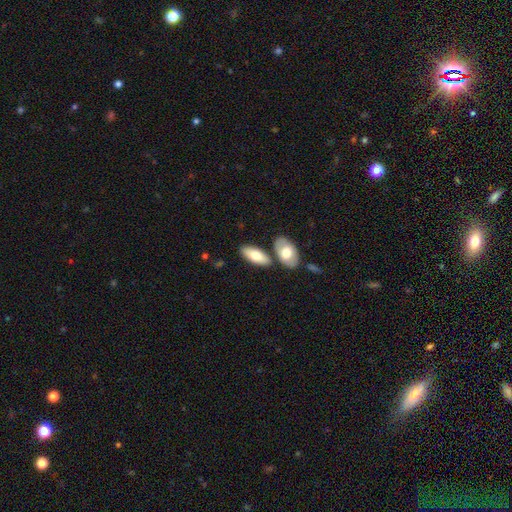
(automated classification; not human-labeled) Smooth or featured? smooth (70%)
How rounded? in between (87%)
Merging? none (69%)